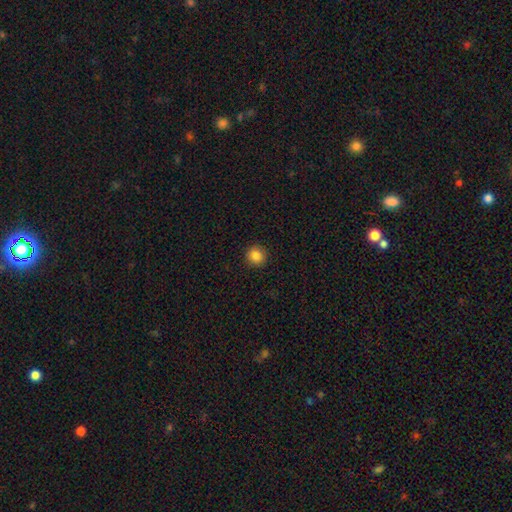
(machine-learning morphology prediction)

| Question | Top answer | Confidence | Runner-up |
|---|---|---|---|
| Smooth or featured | smooth | 86% | star or artifact (10%) |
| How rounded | round | 92% | in between (7%) |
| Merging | none | 92% | minor disturbance (5%) |